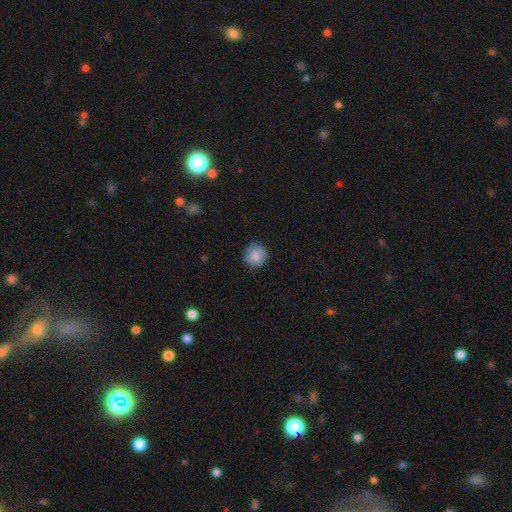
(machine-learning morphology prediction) Smooth or featured?
  - smooth: 85% *
  - star or artifact: 8%
  - featured or disk: 7%
How rounded?
  - round: 92% *
  - in between: 7%
  - cigar-shaped: 1%
Merging?
  - none: 85% *
  - minor disturbance: 11%
  - major disturbance: 2%
  - merger: 1%